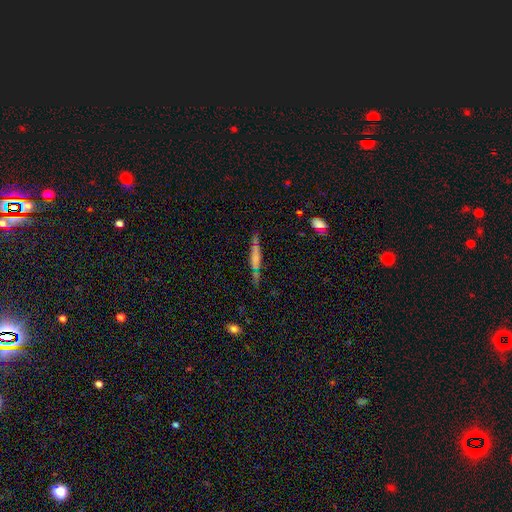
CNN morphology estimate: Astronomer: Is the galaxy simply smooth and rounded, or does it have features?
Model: featured or disk — 48% (runner-up: smooth, 41%).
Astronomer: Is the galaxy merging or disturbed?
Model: none — 73%.